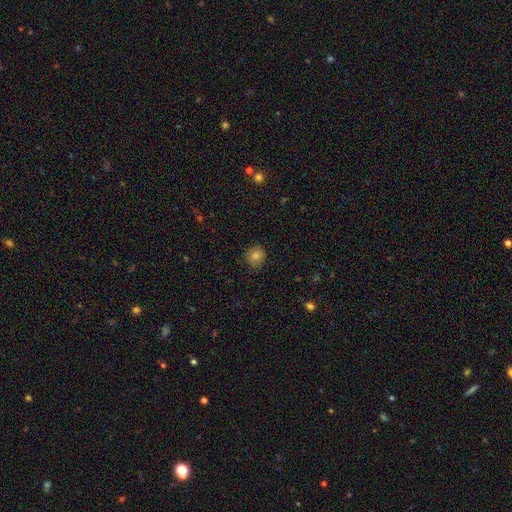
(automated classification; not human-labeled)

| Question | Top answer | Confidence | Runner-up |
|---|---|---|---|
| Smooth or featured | smooth | 80% | star or artifact (12%) |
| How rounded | round | 82% | in between (17%) |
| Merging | none | 86% | minor disturbance (11%) |